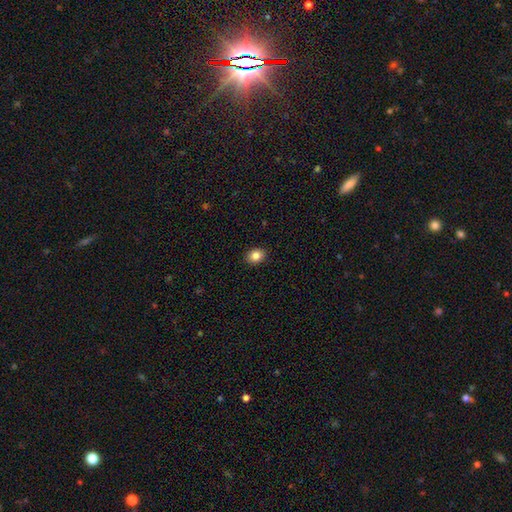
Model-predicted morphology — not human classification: Overall: smooth (84%). How rounded: in between (50%; round 49%). Merging: none (91%).